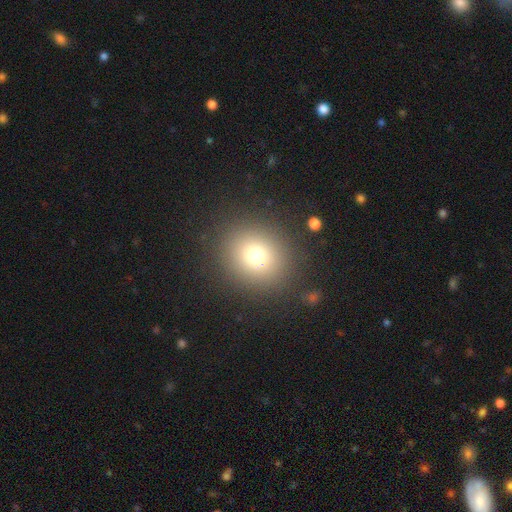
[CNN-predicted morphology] Smooth or featured? Predicted: smooth (p=0.74). How rounded? Predicted: round (p=0.84). Merging? Predicted: none (p=0.88).